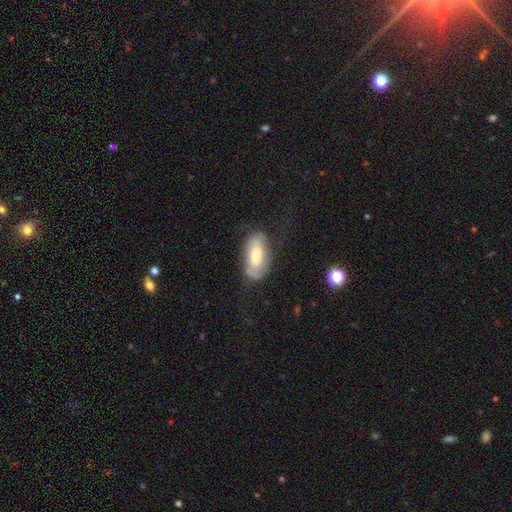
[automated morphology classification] The model was most divided on "smooth or featured": smooth: 55%, featured or disk: 38%, star or artifact: 7%. More confident: how rounded — in between (90%); merging — none (59%).